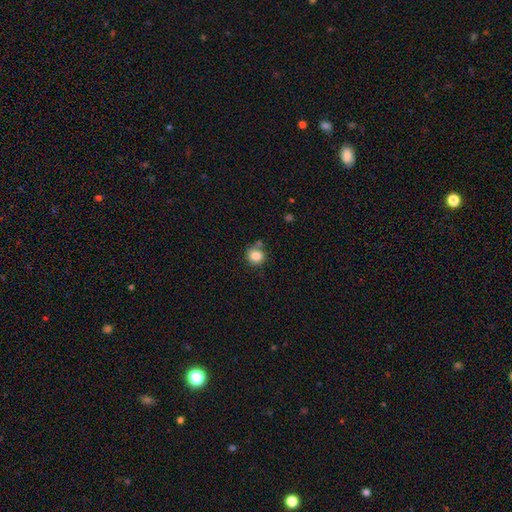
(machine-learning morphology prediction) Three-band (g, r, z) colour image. It shows a smooth galaxy with no disk features (84%) that is round (87%). Merging: none (67%).